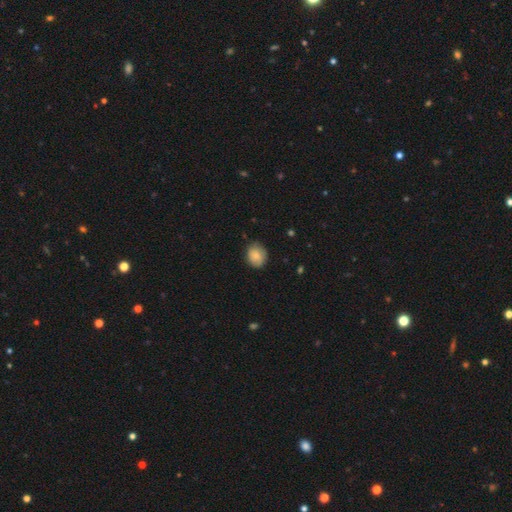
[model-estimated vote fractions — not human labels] The model was most divided on "how rounded": round: 58%, in between: 42%, cigar-shaped: 1%. More confident: smooth or featured — smooth (80%); merging — none (74%).